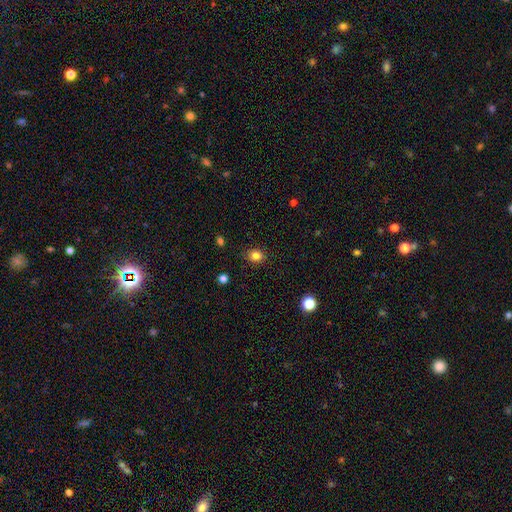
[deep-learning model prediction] Q: Smooth or featured?
A: smooth (84%); runner-up: star or artifact (11%)
Q: How rounded?
A: round (53%); runner-up: in between (46%)
Q: Merging?
A: none (87%); runner-up: minor disturbance (10%)